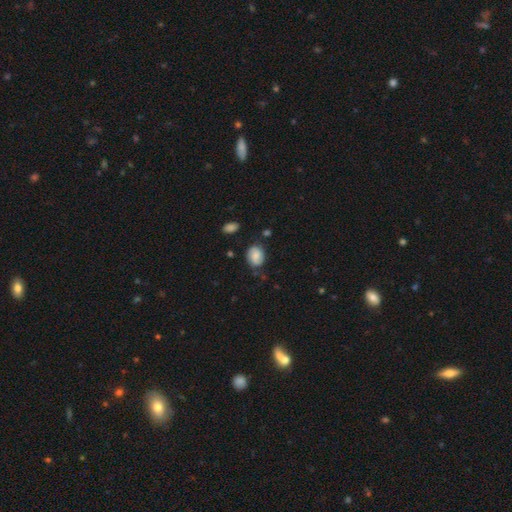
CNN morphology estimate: Smooth or featured?
  - smooth: 53% *
  - featured or disk: 38%
  - star or artifact: 9%
How rounded?
  - in between: 62% *
  - round: 37%
  - cigar-shaped: 1%
Merging?
  - none: 69% *
  - minor disturbance: 21%
  - major disturbance: 7%
  - merger: 3%